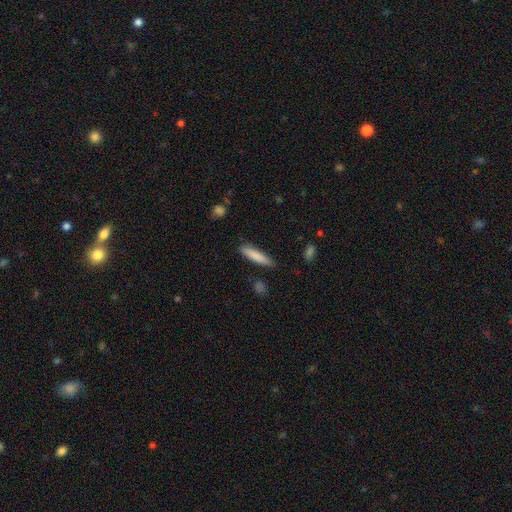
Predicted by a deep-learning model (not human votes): A smooth galaxy with no disk features (82%) that is cigar-shaped (85%).

Vote fractions:
- Smooth or featured? smooth: 82% / featured or disk: 12% / star or artifact: 6%
- How rounded? cigar-shaped: 85% / in between: 13% / round: 1%
- Merging? none: 84% / minor disturbance: 12% / major disturbance: 2% / merger: 2%